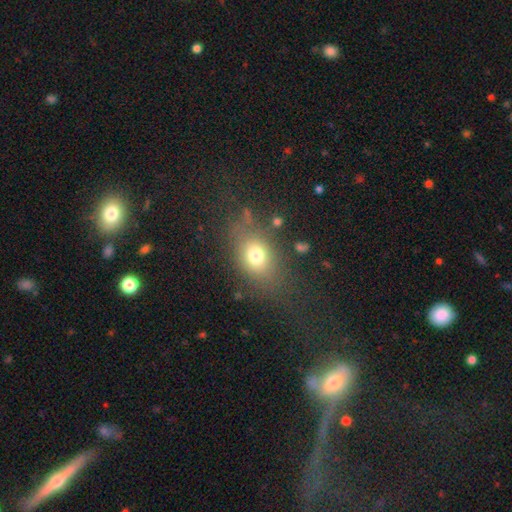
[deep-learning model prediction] Smooth or featured: smooth — 74% (featured or disk — 14%)
How rounded: in between — 66% (round — 31%)
Merging: none — 67% (minor disturbance — 17%)